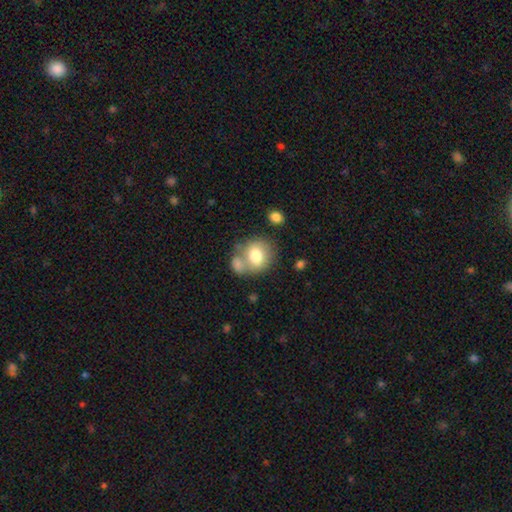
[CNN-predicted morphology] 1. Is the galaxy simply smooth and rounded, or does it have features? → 74% smooth, 18% featured or disk, 8% star or artifact.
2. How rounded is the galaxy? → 72% round, 27% in between, 1% cigar-shaped.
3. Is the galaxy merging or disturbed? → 48% none, 31% merger, 15% minor disturbance, 6% major disturbance.